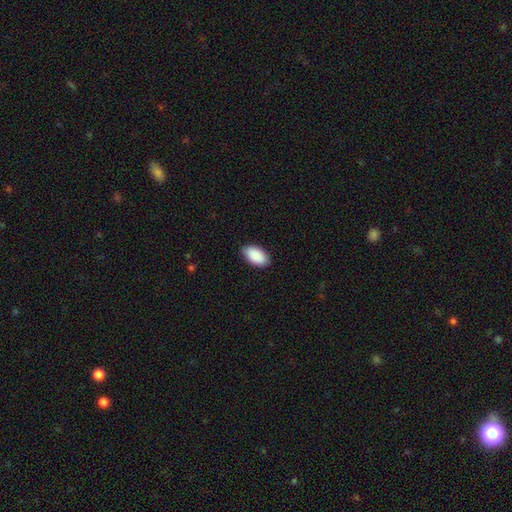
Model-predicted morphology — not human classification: type=smooth (90%); roundness=in between (96%); merging=none (86%).